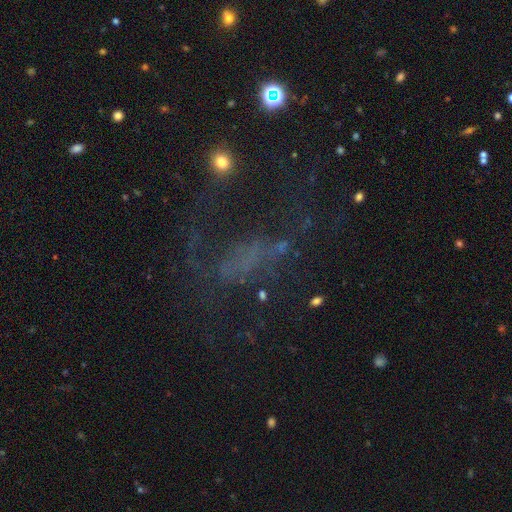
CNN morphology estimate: Smooth or featured?
  - featured or disk: 40% *
  - star or artifact: 35%
  - smooth: 25%
Merging?
  - none: 42% *
  - major disturbance: 38%
  - minor disturbance: 15%
  - merger: 5%